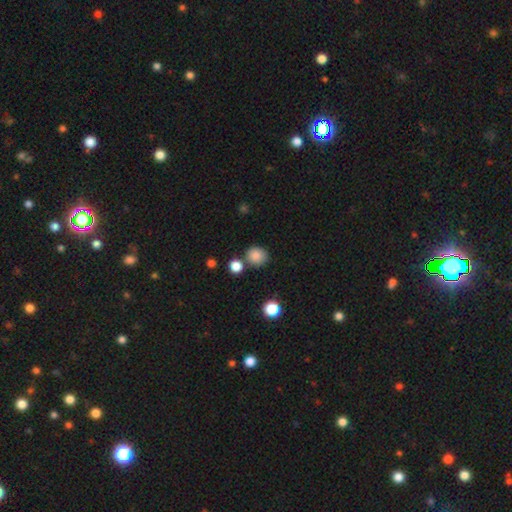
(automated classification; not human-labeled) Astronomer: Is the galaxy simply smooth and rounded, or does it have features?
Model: smooth — 84%.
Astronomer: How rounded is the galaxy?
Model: round — 82%.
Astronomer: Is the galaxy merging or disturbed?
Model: none — 75%.